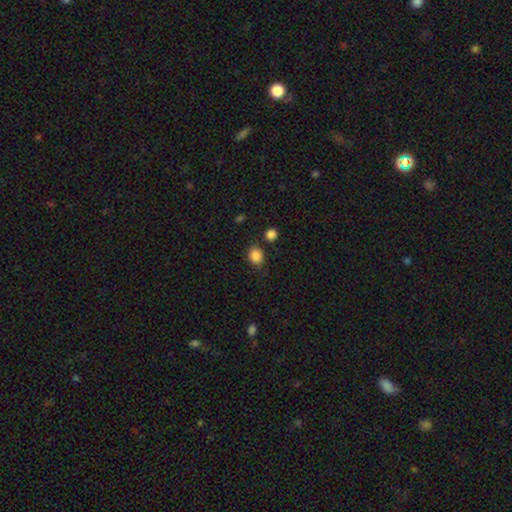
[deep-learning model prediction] Overall: smooth (86%). How rounded: round (61%; in between 38%). Merging: none (79%).